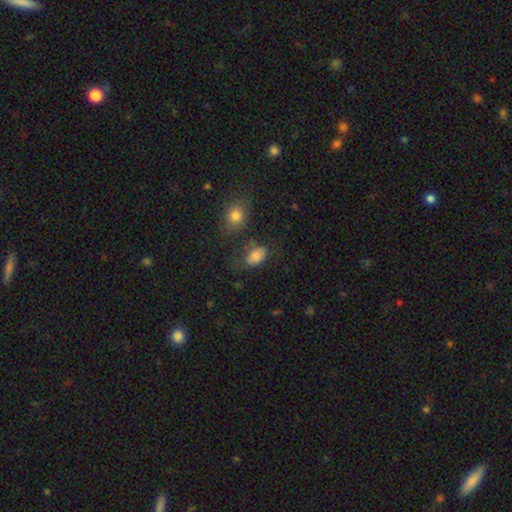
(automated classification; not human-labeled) Smooth or featured? Predicted: smooth (p=0.79). How rounded? Predicted: in between (p=0.84). Merging? Predicted: none (p=0.55).